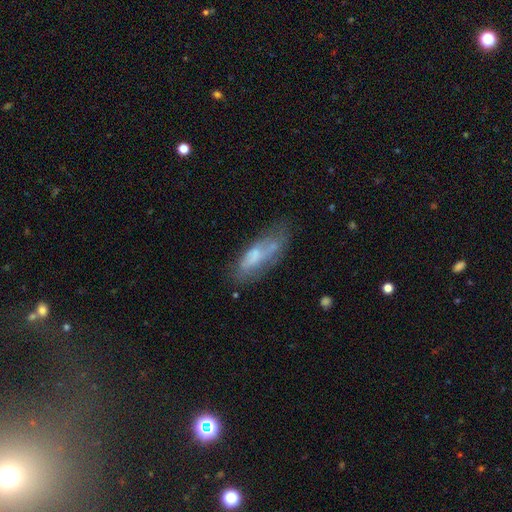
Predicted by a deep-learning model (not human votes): smooth 53%, featured or disk 38%, star or artifact 9%. Down the decision tree: how rounded — in between (63%); merging — none (48%).